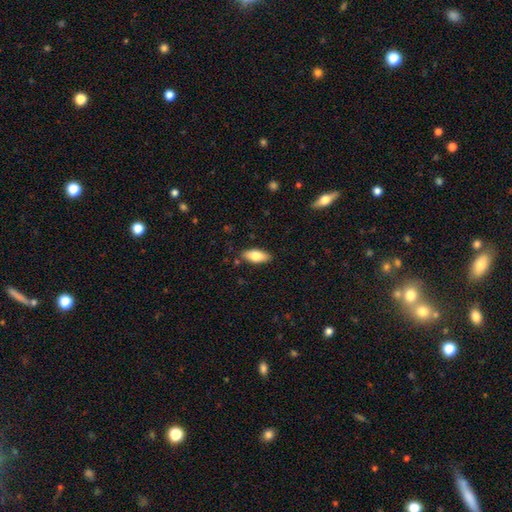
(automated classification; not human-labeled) Smooth or featured?
  - smooth: 75% *
  - featured or disk: 18%
  - star or artifact: 6%
How rounded?
  - in between: 83% *
  - cigar-shaped: 15%
  - round: 2%
Merging?
  - none: 86% *
  - minor disturbance: 10%
  - major disturbance: 2%
  - merger: 1%